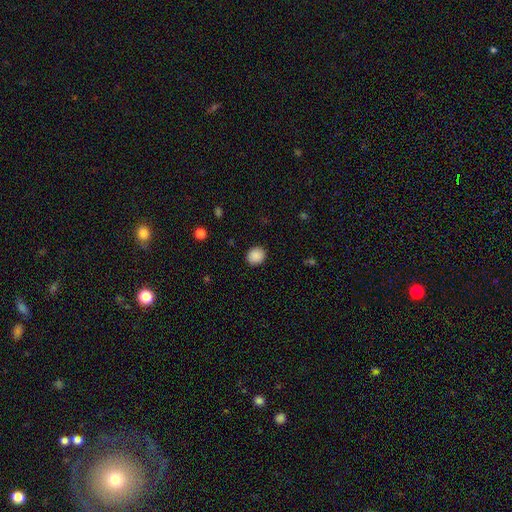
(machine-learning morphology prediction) This appears to be a smooth galaxy with no disk features (89%) that is round (72%). Merging: none (89%).